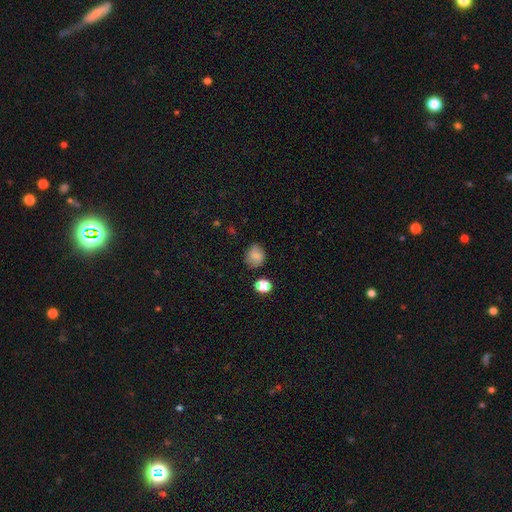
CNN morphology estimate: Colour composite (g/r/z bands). It shows a smooth galaxy with no disk features (82%) that is round (67%). Merging: none (73%).